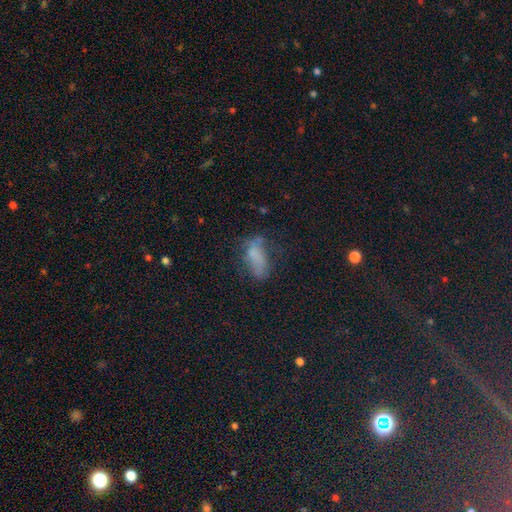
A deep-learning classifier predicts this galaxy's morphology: This is likely a smooth galaxy (61%). How rounded: clearly in between (81%). Merging: marginally none (39%).